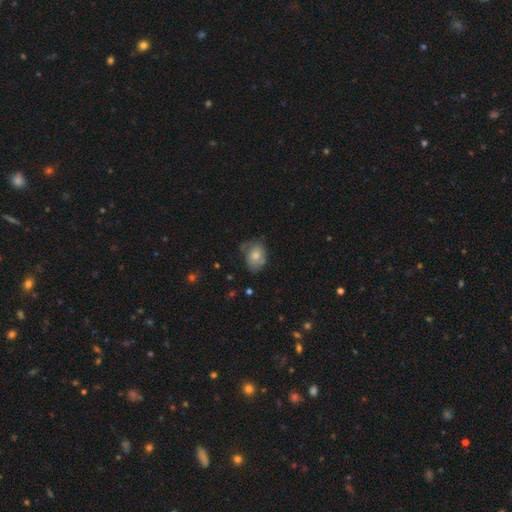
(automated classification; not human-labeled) smooth 65%, featured or disk 27%, star or artifact 8%. Down the decision tree: how rounded — in between (69%); merging — none (50%).